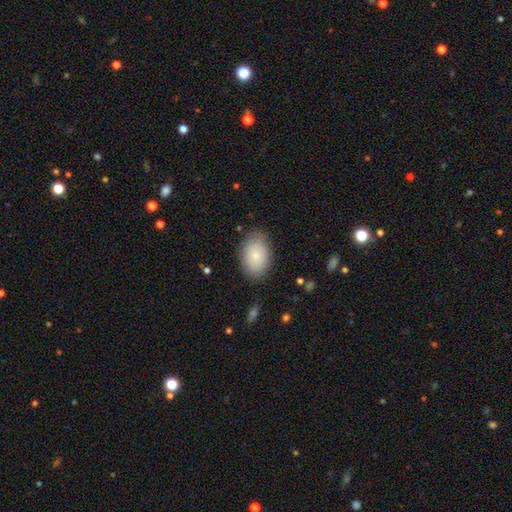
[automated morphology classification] smooth_or_featured: smooth (p=0.82) [alt: featured or disk p=0.11]
how_rounded: in between (p=0.87) [alt: round p=0.11]
merging: none (p=0.83) [alt: minor disturbance p=0.13]